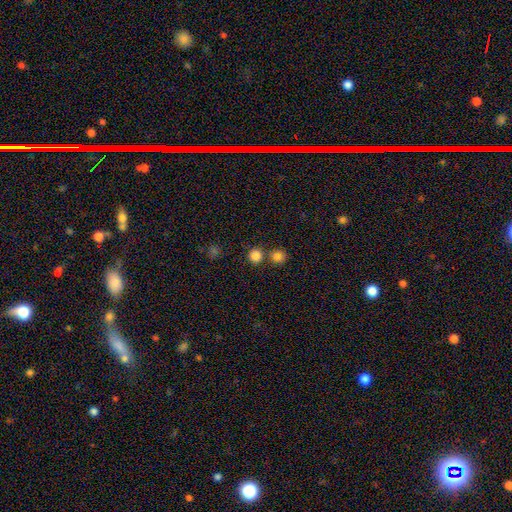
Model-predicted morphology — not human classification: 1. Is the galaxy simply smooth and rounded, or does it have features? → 83% smooth, 13% star or artifact, 4% featured or disk.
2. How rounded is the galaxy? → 92% round, 7% in between, 1% cigar-shaped.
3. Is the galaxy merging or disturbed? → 71% none, 20% merger, 6% minor disturbance, 2% major disturbance.